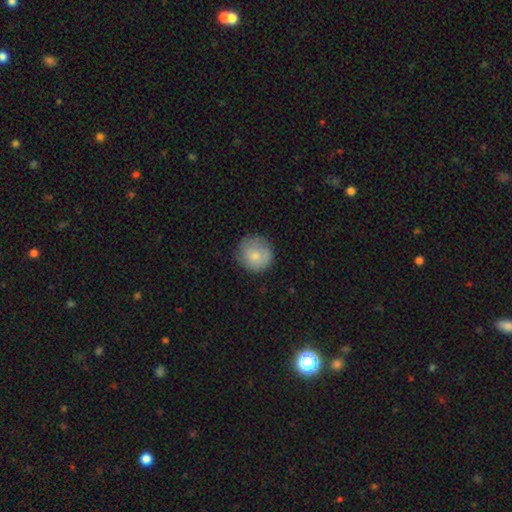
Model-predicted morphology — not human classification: The model was most divided on "merging": none: 79%, minor disturbance: 16%, major disturbance: 4%, merger: 1%. More confident: how rounded — round (92%); smooth or featured — smooth (79%).